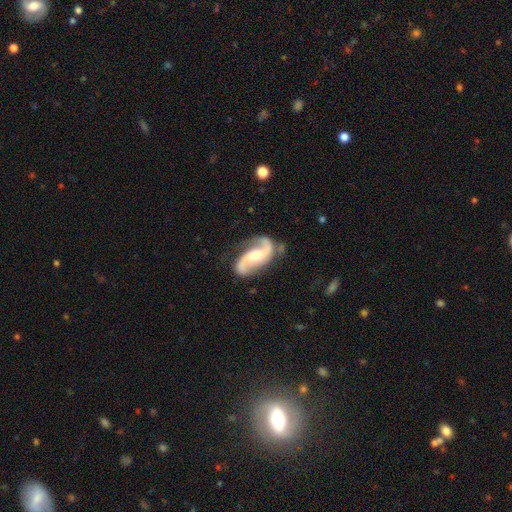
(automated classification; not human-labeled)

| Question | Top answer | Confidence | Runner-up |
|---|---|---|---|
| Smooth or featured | featured or disk | 90% | smooth (6%) |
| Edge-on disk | no | 97% | yes (3%) |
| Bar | no | 41% | weak (40%) |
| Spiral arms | yes | 98% | no (2%) |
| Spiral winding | loose | 47% | medium (42%) |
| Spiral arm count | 2 | 93% | can't tell (2%) |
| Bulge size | moderate | 54% | small (29%) |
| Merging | none | 74% | minor disturbance (17%) |